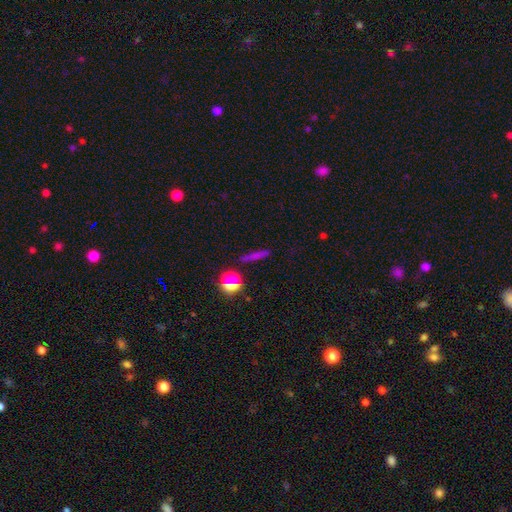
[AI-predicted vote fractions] Morphology: type=smooth (59%); roundness=cigar-shaped (83%); merging=none (85%).